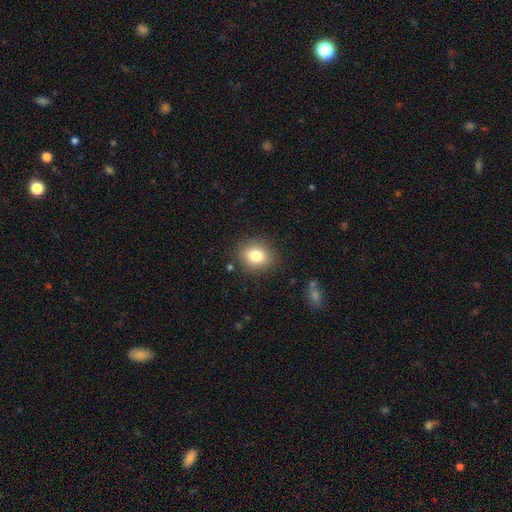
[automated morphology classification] smooth 81%, star or artifact 10%, featured or disk 9%. Down the decision tree: how rounded — round (63%); merging — none (86%).